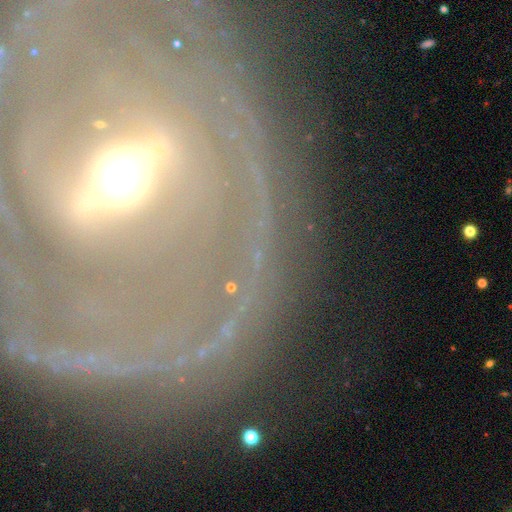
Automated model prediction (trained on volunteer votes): This is likely a featured or disk galaxy (65%). It is likely not viewed edge-on (62%). Merging: likely none (79%).